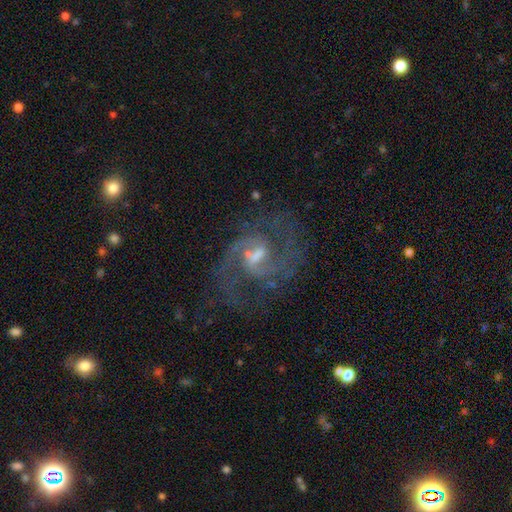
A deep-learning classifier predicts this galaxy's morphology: smooth-or-featured: featured or disk: 89% | star or artifact: 7% | smooth: 4%
  disk-edge-on: no: 98% | yes: 2%
    bar: weak: 63% | strong: 22% | no: 15%
    has-spiral-arms: yes: 97% | no: 3%
      spiral-winding: medium: 61% | loose: 23% | tight: 17%
      spiral-arm-count: 2: 85% | can't tell: 5% | 3: 4% | 1: 2% | 4: 2% | more than 4: 2%
    bulge-size: small: 43% | moderate: 37% | none: 14% | large: 4% | dominant: 1%
  merging: none: 67% | minor disturbance: 16% | major disturbance: 14% | merger: 3%